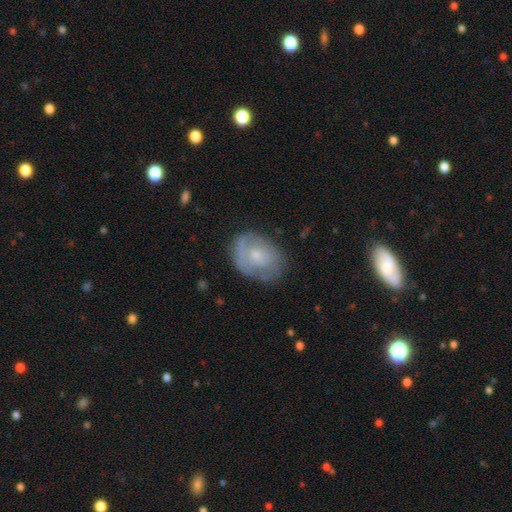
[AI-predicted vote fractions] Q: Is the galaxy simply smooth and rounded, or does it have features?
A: featured or disk — 51%.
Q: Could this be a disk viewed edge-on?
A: no — 96%.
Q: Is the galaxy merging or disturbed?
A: none — 63%.